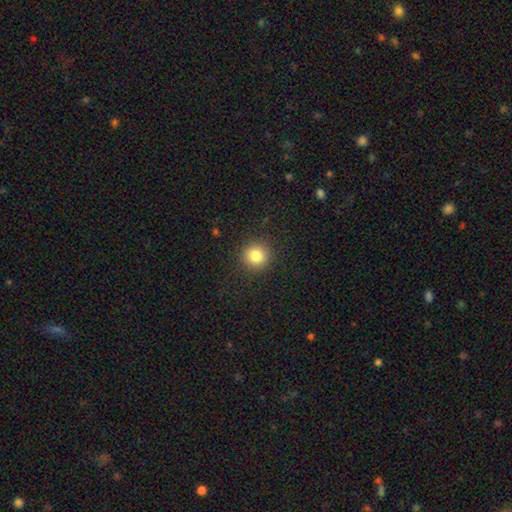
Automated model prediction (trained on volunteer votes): The model was most divided on "smooth or featured": smooth: 83%, star or artifact: 11%, featured or disk: 6%. More confident: how rounded — round (92%); merging — none (91%).